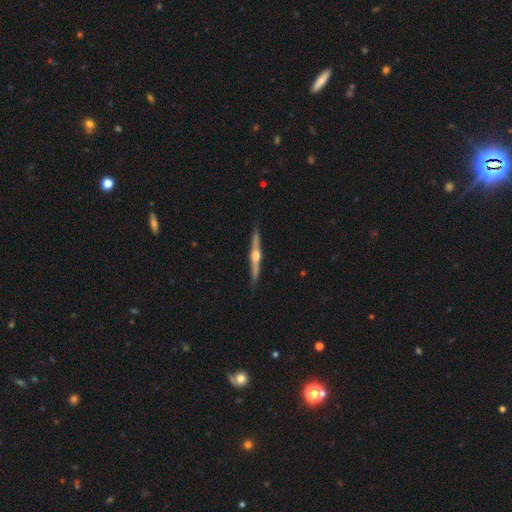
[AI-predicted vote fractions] smooth_or_featured: featured or disk (p=0.83) [alt: smooth p=0.12]
disk_edge_on: yes (p=0.98) [alt: no p=0.02]
edge_on_bulge: rounded (p=0.94) [alt: boxy p=0.03]
merging: none (p=0.91) [alt: minor disturbance p=0.06]